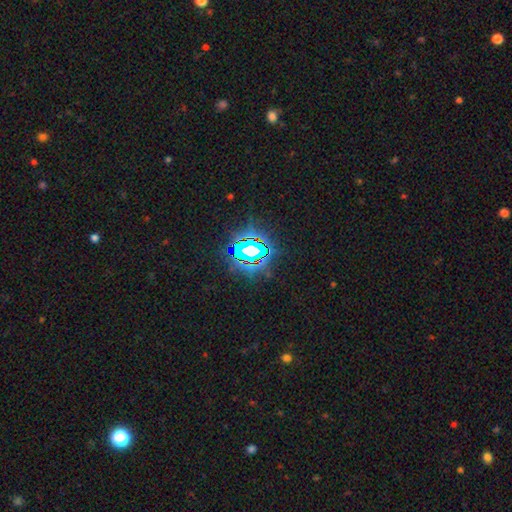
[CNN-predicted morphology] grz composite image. It shows a star or artifact, not a galaxy (76%).